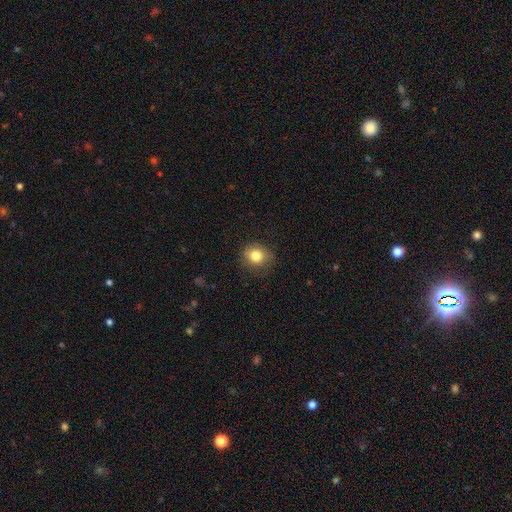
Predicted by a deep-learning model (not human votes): Smooth or featured? Predicted: smooth (p=0.81). How rounded? Predicted: round (p=0.75). Merging? Predicted: none (p=0.76).